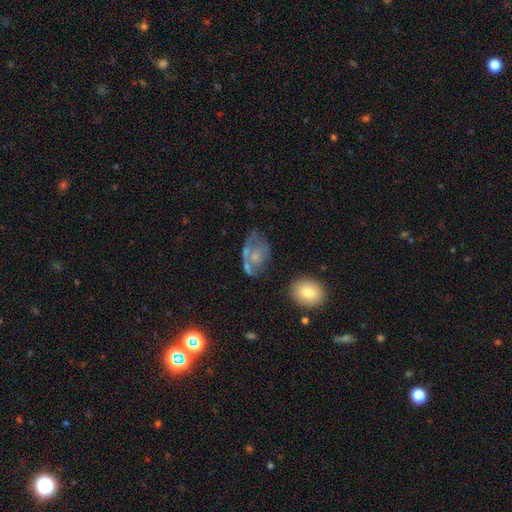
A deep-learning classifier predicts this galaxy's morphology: A featured or disk galaxy (50%).

Vote fractions:
- Smooth or featured? featured or disk: 50% / smooth: 38% / star or artifact: 12%
- Merging? none: 37% / major disturbance: 28% / minor disturbance: 24% / merger: 11%